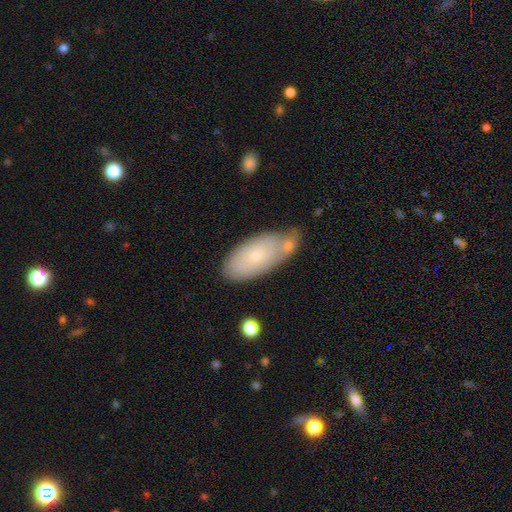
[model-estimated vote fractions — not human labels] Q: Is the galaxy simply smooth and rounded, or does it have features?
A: smooth — 67%.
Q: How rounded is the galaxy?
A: in between — 88%.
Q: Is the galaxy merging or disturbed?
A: none — 54%.